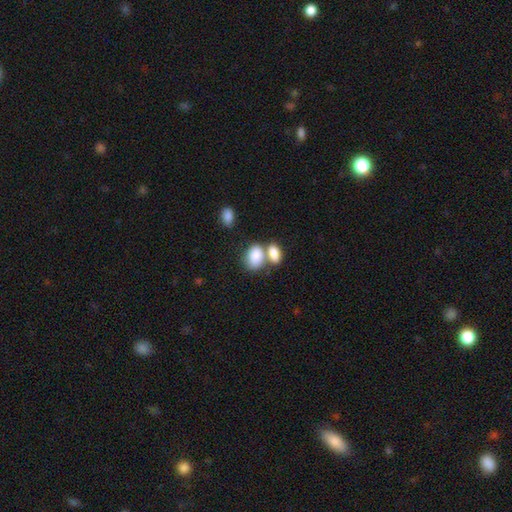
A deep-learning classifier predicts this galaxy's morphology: Smooth or featured: smooth — 85% (featured or disk — 8%)
How rounded: in between — 85% (round — 13%)
Merging: merger — 53% (none — 33%)